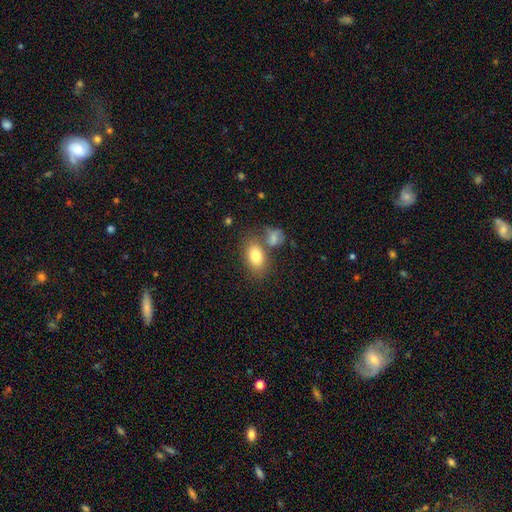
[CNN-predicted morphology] A smooth galaxy with no disk features (80%) that is in between round and cigar-shaped (85%). Merging: none (62%).